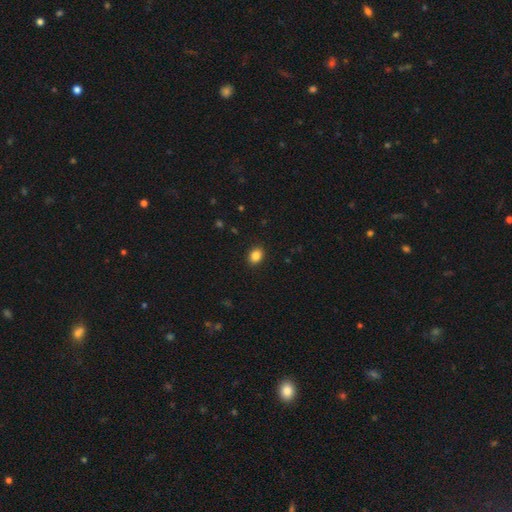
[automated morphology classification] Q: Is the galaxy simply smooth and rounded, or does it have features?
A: smooth — 86%.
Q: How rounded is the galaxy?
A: in between — 59%.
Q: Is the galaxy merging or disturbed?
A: none — 91%.